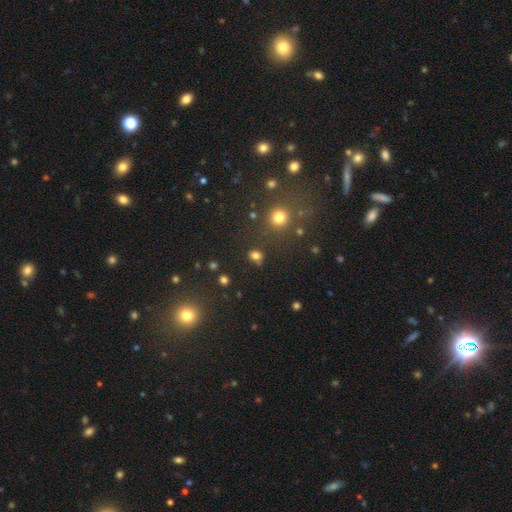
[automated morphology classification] A smooth galaxy with no disk features (74%) that is round (58%). Merging: none (73%).